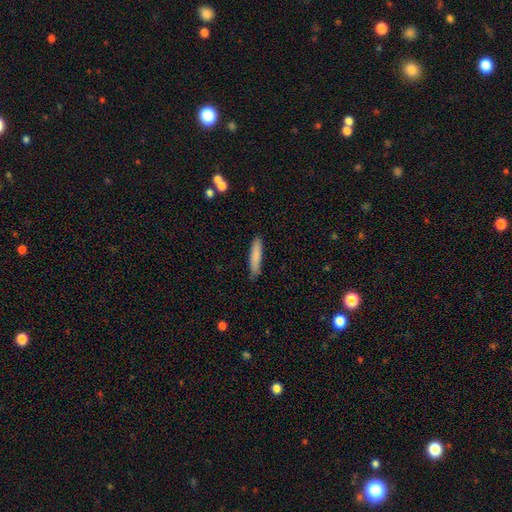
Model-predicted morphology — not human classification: This appears to be a smooth galaxy with no disk features (83%) that is cigar-shaped (86%). Merging: none (87%).